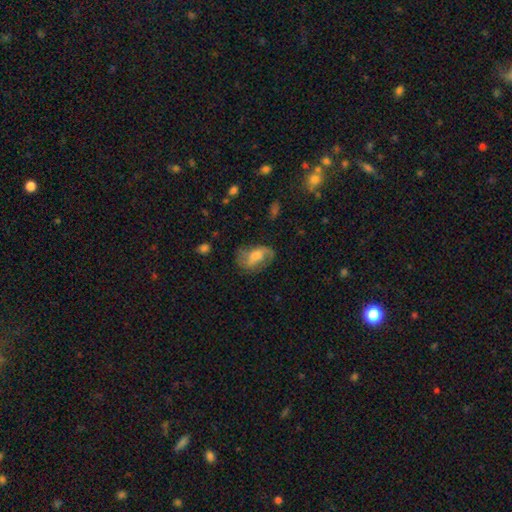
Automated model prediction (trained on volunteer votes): Overall: featured or disk (52%; smooth 38%). Edge-on disk: no (95%). Merging: none (58%; minor disturbance 24%).